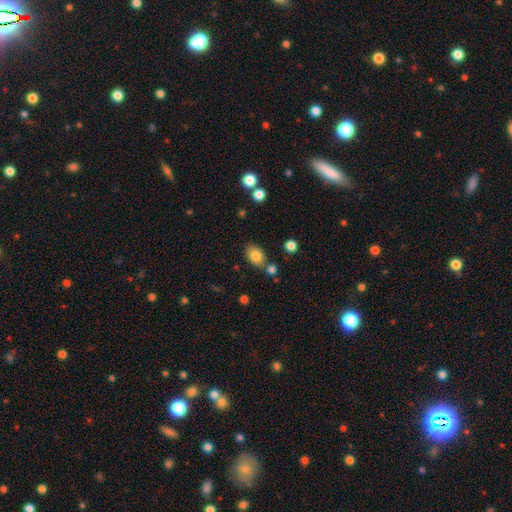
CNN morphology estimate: Overall: smooth (83%). How rounded: in between (78%). Merging: none (71%).